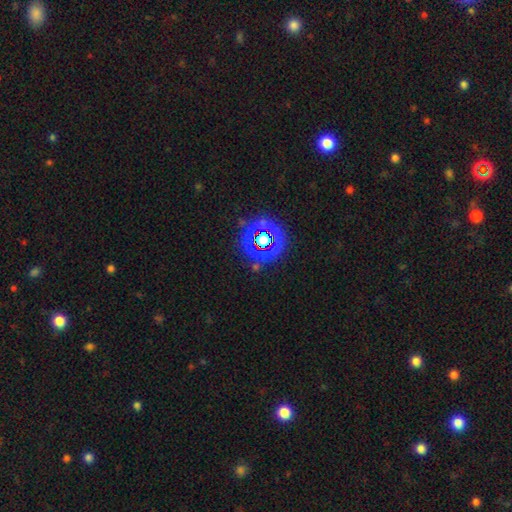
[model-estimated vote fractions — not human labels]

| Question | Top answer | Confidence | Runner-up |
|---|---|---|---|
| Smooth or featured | star or artifact | 51% | smooth (36%) |